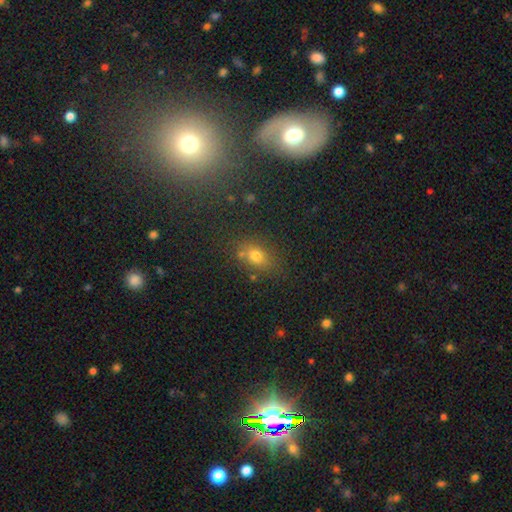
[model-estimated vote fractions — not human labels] Smooth or featured? smooth (70%)
How rounded? in between (61%)
Merging? none (69%)